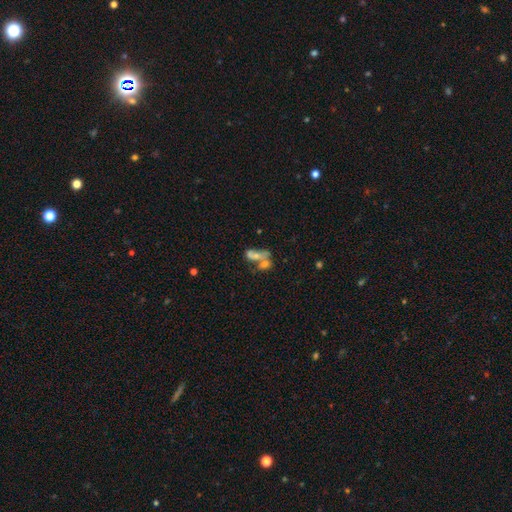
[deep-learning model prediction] Q: Smooth or featured?
A: smooth (49%); runner-up: featured or disk (36%)
Q: Merging?
A: merger (63%); runner-up: none (18%)